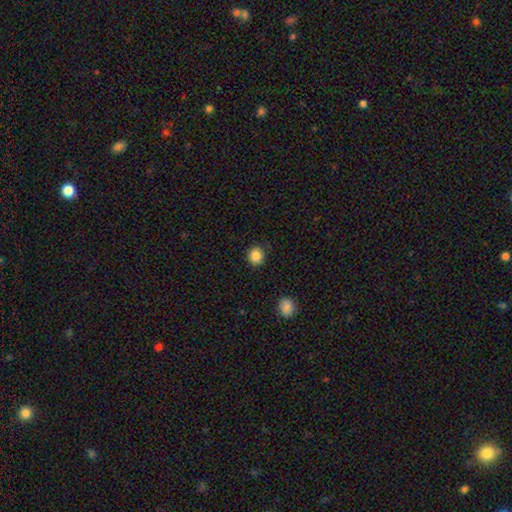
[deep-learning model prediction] Overall: smooth (86%). How rounded: round (83%). Merging: none (87%).